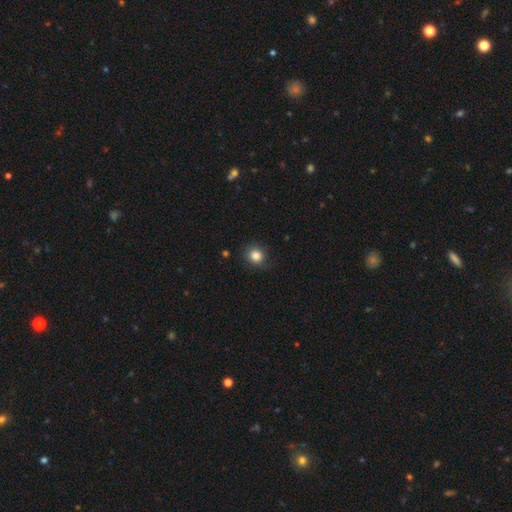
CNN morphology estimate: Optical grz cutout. It shows a smooth galaxy with no disk features (84%) that is round (86%). Merging: none (82%).